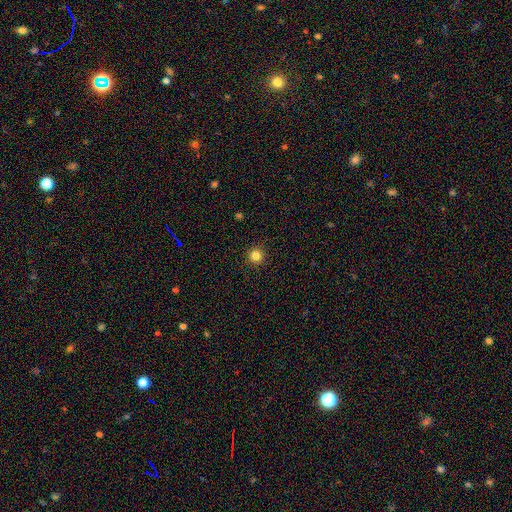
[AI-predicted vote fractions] Smooth or featured? smooth (83%)
How rounded? round (95%)
Merging? none (93%)